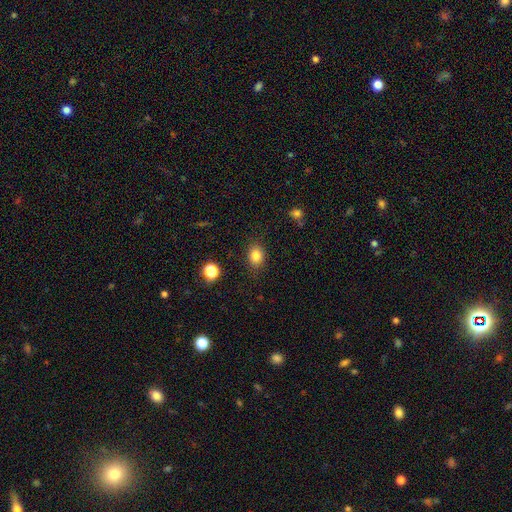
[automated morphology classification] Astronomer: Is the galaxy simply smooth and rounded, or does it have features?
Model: smooth — 83%.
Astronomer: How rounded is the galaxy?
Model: in between — 58% (runner-up: round, 41%).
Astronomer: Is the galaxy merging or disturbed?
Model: none — 84%.